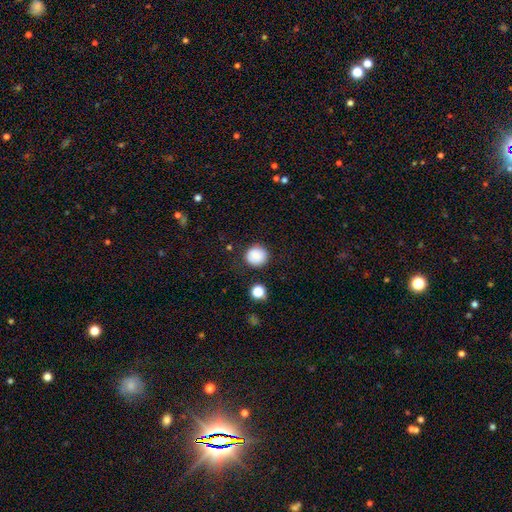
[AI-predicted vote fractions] Morphology: type=smooth (86%); roundness=round (89%); merging=none (84%).